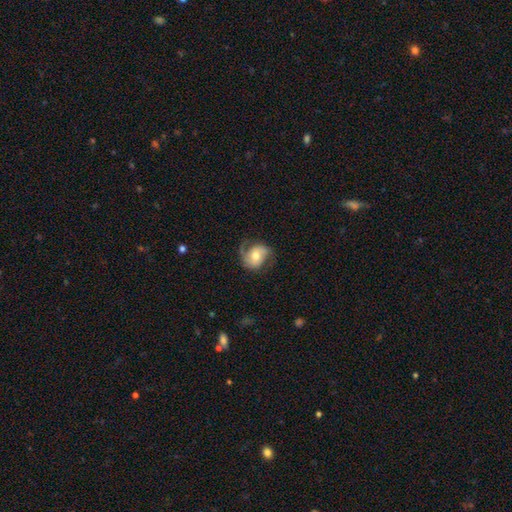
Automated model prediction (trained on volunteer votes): A featured or disk galaxy (59%) with no bar (62%), 2 (71%) medium (43%) spiral arms (88%) and a moderate central bulge (67%). Merging: none (59%).